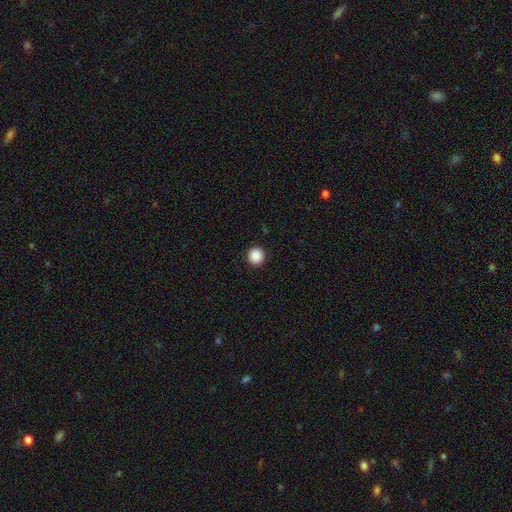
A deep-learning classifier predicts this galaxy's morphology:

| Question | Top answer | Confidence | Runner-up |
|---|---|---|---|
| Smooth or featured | smooth | 88% | star or artifact (9%) |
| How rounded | round | 93% | in between (6%) |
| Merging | none | 92% | minor disturbance (5%) |